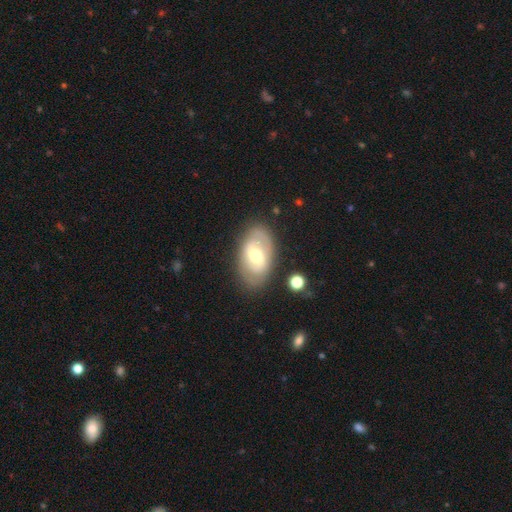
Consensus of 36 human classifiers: featured or disk 61%, smooth 33%, star or artifact 6%. Down the decision tree: edge-on disk — no (95%); bar — strong (57%); spiral arms — yes (62%); spiral arm count — 2 (85%); spiral winding — tight (46%); bulge size — moderate (86%); merging — none (82%).